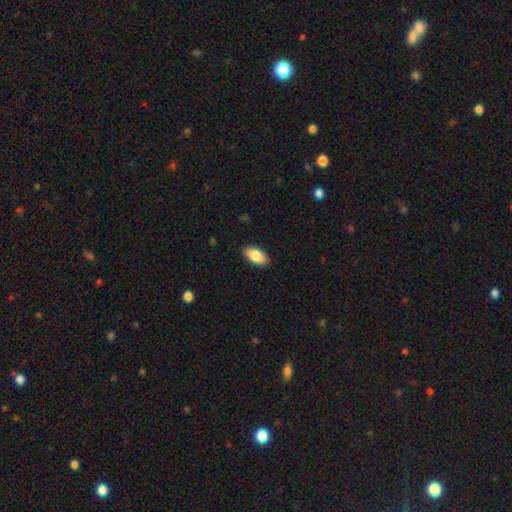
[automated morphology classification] type=smooth (84%); roundness=in between (92%); merging=none (89%).